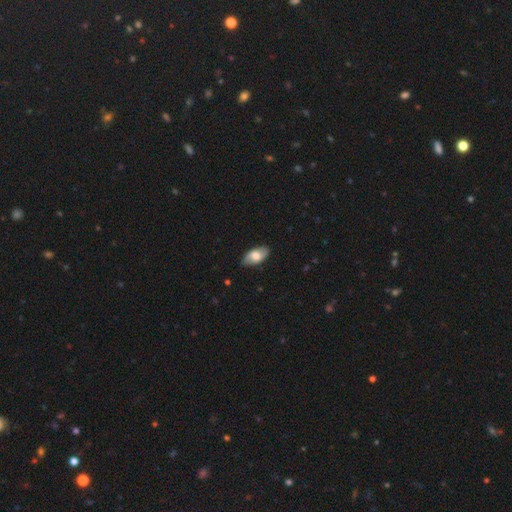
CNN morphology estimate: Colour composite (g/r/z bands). It shows a smooth galaxy with no disk features (61%) that is in between round and cigar-shaped (92%). Merging: none (81%).